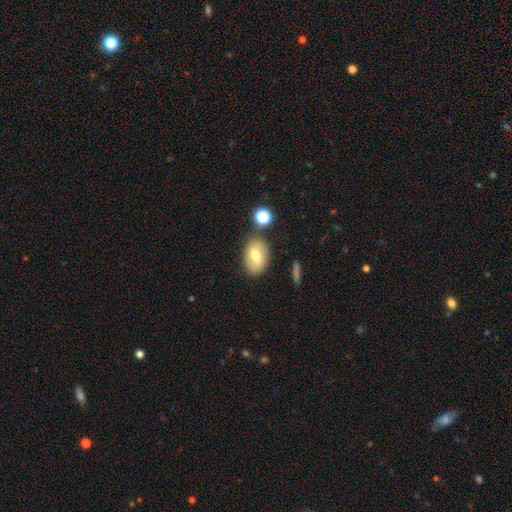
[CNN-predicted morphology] smooth 69%, featured or disk 22%, star or artifact 9%. Down the decision tree: how rounded — in between (85%); merging — none (74%).